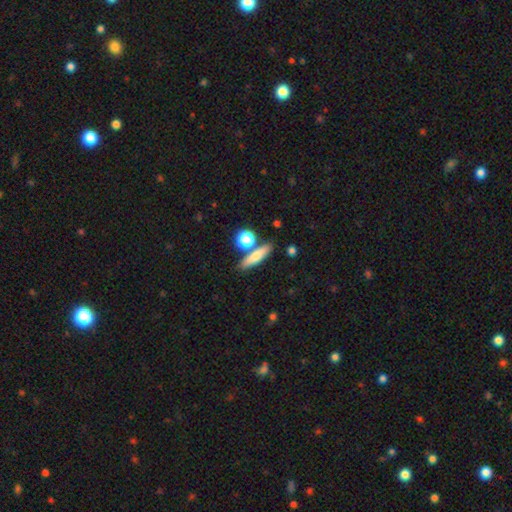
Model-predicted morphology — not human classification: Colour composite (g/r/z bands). It shows a smooth galaxy with no disk features (68%) that is cigar-shaped (63%). Merging: none (75%).